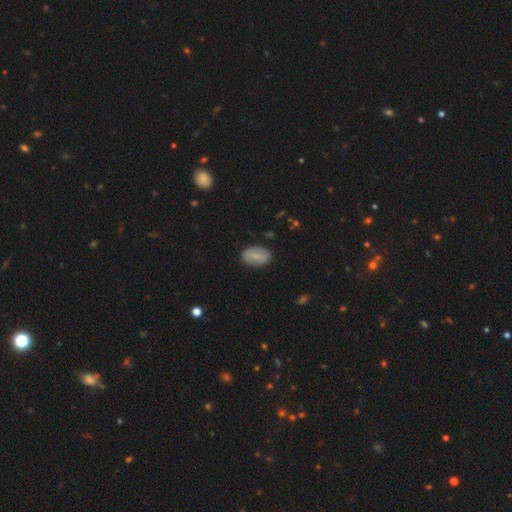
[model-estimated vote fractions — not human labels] smooth_or_featured: smooth (p=0.67) [alt: featured or disk p=0.26]
how_rounded: in between (p=0.88) [alt: round p=0.10]
merging: none (p=0.85) [alt: minor disturbance p=0.11]